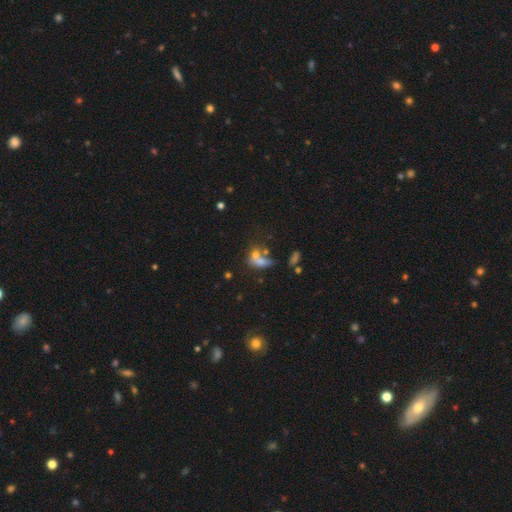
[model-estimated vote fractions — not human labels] Smooth or featured? smooth (62%)
How rounded? in between (65%)
Merging? merger (54%)